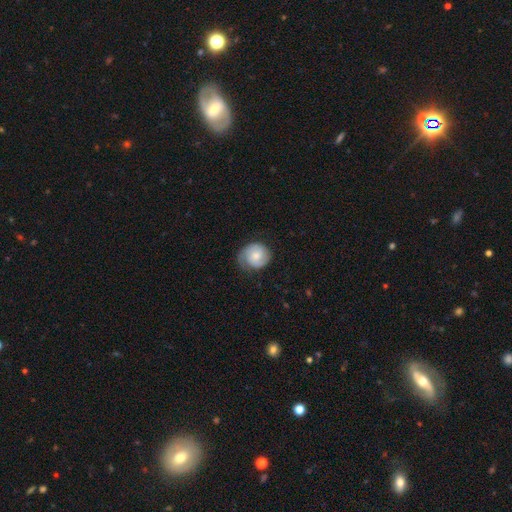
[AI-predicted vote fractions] smooth_or_featured: featured or disk (p=0.49) [alt: smooth p=0.44]
merging: none (p=0.64) [alt: minor disturbance p=0.26]